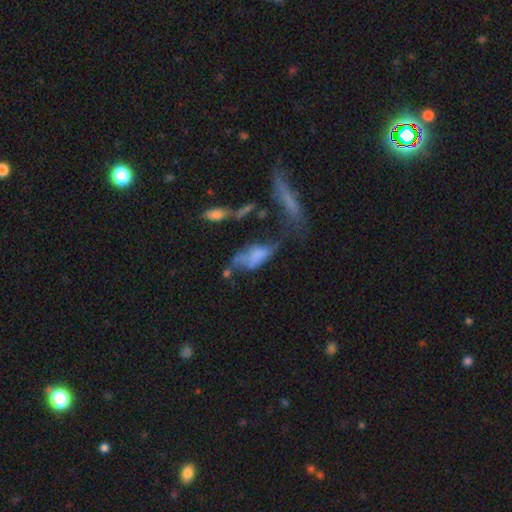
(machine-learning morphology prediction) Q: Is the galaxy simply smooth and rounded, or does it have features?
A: smooth — 52%.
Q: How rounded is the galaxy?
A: in between — 76%.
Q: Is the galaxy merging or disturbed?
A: major disturbance — 34%.